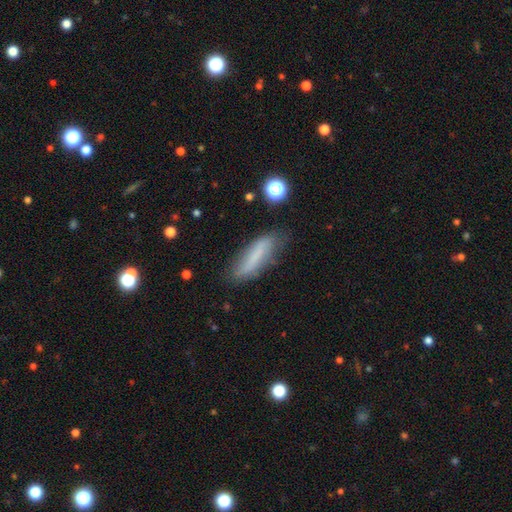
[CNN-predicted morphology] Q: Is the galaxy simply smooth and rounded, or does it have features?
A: smooth — 65%.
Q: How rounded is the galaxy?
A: cigar-shaped — 64%.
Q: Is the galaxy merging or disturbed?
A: none — 69%.